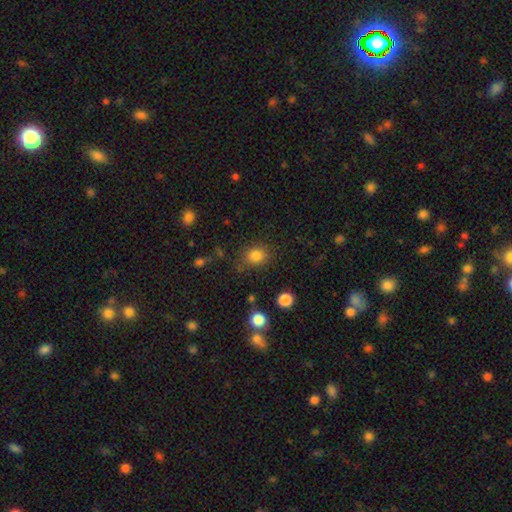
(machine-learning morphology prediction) smooth-or-featured: smooth: 83% | star or artifact: 12% | featured or disk: 5%
  how-rounded: round: 64% | in between: 35% | cigar-shaped: 1%
  merging: none: 77% | minor disturbance: 15% | major disturbance: 5% | merger: 3%